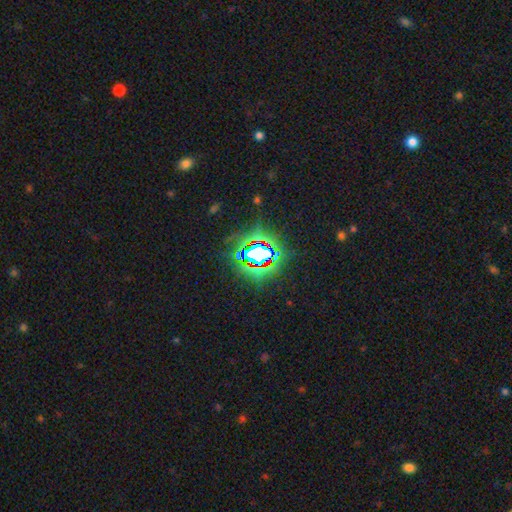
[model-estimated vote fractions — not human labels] A star or artifact, not a galaxy (77%).

Vote fractions:
- Smooth or featured? star or artifact: 77% / smooth: 13% / featured or disk: 10%